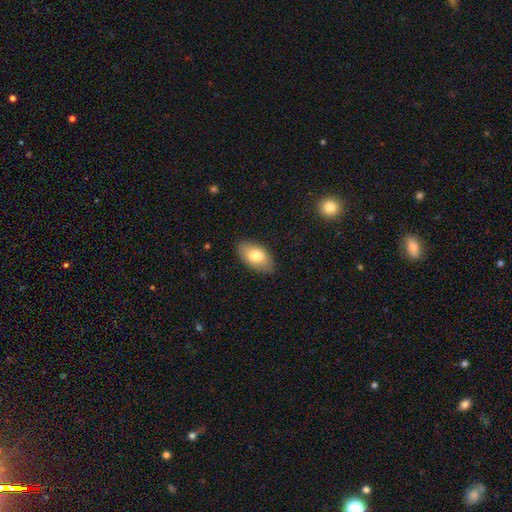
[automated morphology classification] smooth_or_featured: smooth (p=0.76) [alt: featured or disk p=0.18]
how_rounded: in between (p=0.94) [alt: round p=0.04]
merging: none (p=0.85) [alt: minor disturbance p=0.12]